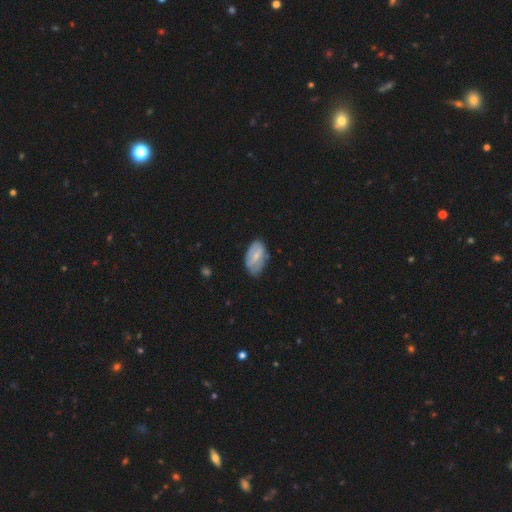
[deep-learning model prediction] Smooth or featured: smooth — 53% (featured or disk — 41%)
How rounded: in between — 92% (round — 5%)
Merging: none — 55% (minor disturbance — 34%)